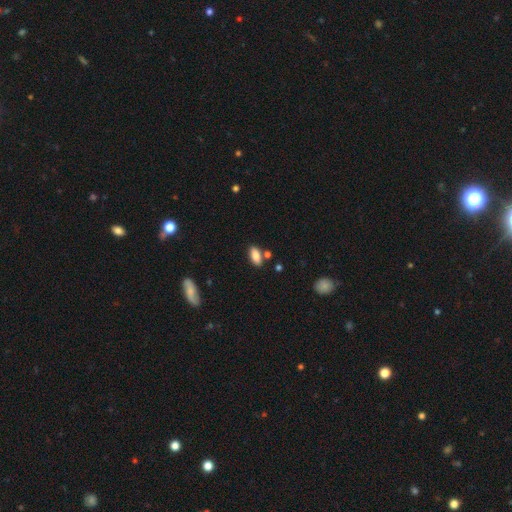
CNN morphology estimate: The model was most divided on "merging": none: 75%, minor disturbance: 13%, merger: 10%, major disturbance: 3%. More confident: how rounded — in between (88%); smooth or featured — smooth (84%).